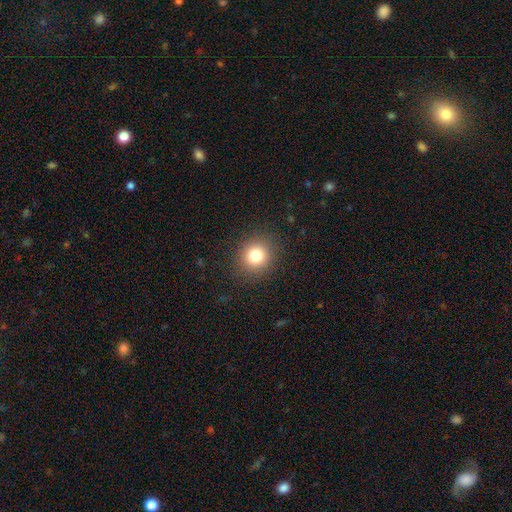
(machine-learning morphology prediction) Smooth or featured? Predicted: smooth (p=0.80). How rounded? Predicted: round (p=0.85). Merging? Predicted: none (p=0.89).